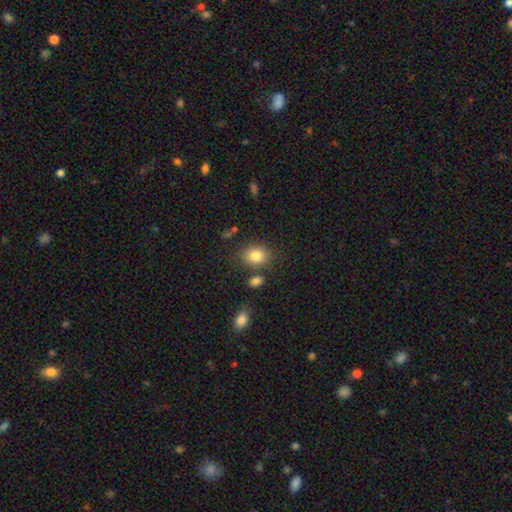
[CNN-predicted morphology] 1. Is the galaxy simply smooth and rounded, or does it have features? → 83% smooth, 10% star or artifact, 8% featured or disk.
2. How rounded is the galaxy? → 53% in between, 46% round, 1% cigar-shaped.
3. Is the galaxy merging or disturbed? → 75% none, 12% minor disturbance, 9% merger, 4% major disturbance.